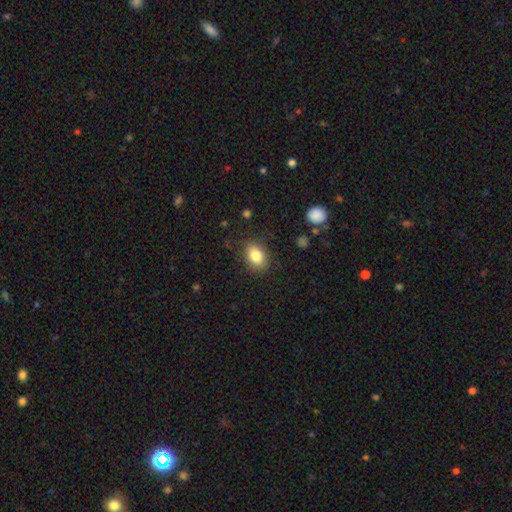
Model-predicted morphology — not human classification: This appears to be a smooth galaxy with no disk features (83%) that is in between round and cigar-shaped (76%). Merging: none (83%).